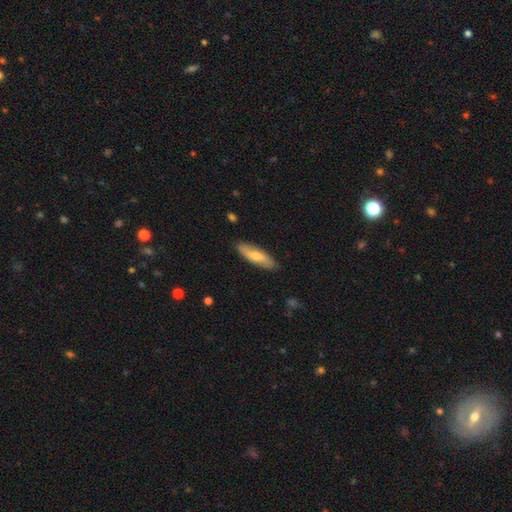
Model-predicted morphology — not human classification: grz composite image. It shows a smooth galaxy with no disk features (62%) that is cigar-shaped (54%). Merging: none (85%).